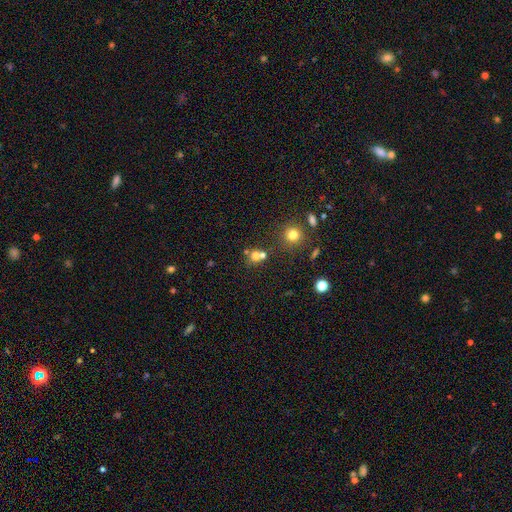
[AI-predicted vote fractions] Smooth or featured: smooth — 68% (star or artifact — 20%)
How rounded: round — 81% (in between — 18%)
Merging: none — 48% (merger — 40%)